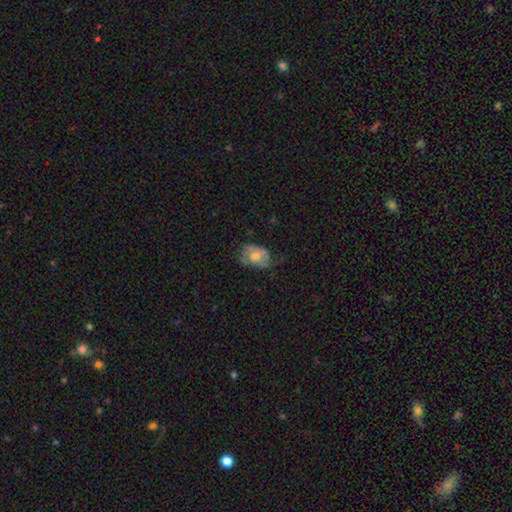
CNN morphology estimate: A smooth galaxy with no disk features (46%, tied with featured or disk).

Vote fractions:
- Smooth or featured? smooth: 46% (tied) / featured or disk: 46% (tied) / star or artifact: 9%
- Merging? none: 55% / minor disturbance: 30% / major disturbance: 13% / merger: 2%